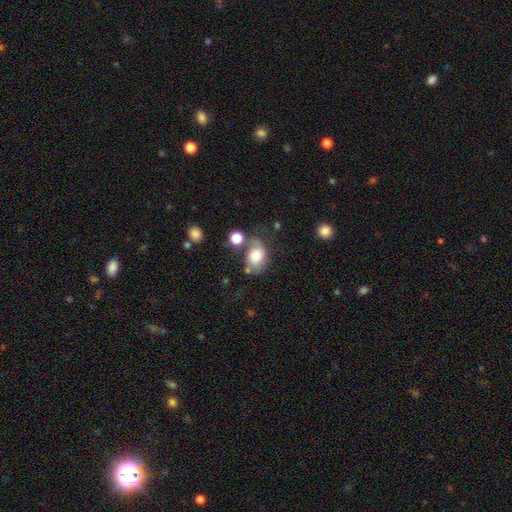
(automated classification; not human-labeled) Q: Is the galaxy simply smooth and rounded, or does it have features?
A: smooth — 74%.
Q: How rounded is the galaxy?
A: in between — 67%.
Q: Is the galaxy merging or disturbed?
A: none — 45%.